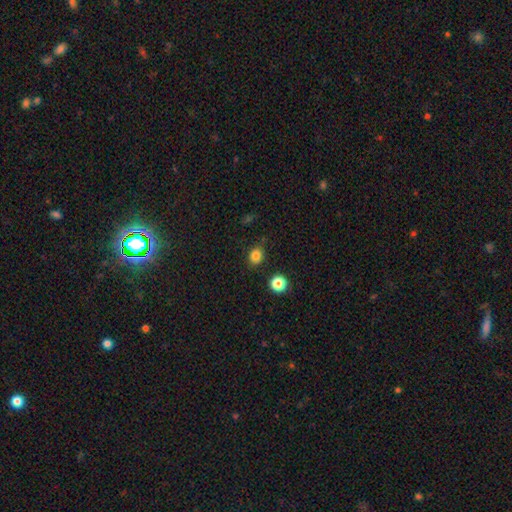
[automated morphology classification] A smooth galaxy with no disk features (83%) that is round (62%). Merging: none (82%).